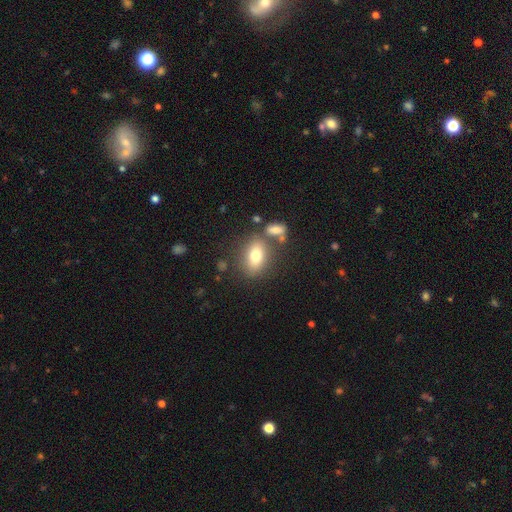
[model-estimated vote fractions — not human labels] A smooth galaxy with no disk features (74%) that is in between round and cigar-shaped (78%).

Vote fractions:
- Smooth or featured? smooth: 74% / featured or disk: 17% / star or artifact: 9%
- How rounded? in between: 78% / round: 19% / cigar-shaped: 4%
- Merging? none: 68% / merger: 14% / minor disturbance: 13% / major disturbance: 5%